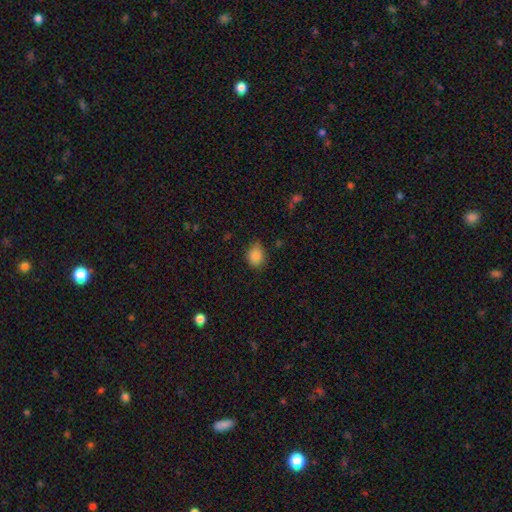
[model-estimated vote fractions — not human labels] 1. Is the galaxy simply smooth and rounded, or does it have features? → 84% smooth, 10% star or artifact, 6% featured or disk.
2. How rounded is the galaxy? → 53% in between, 46% round, 1% cigar-shaped.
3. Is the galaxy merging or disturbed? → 70% none, 25% minor disturbance, 4% major disturbance, 1% merger.